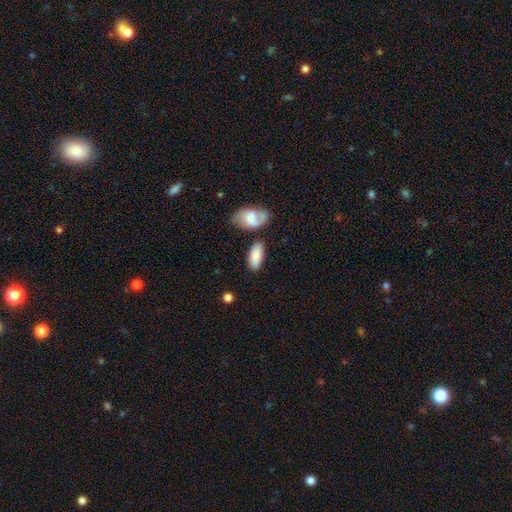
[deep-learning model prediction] Smooth or featured? Predicted: smooth (p=0.83). How rounded? Predicted: in between (p=0.88). Merging? Predicted: none (p=0.71).